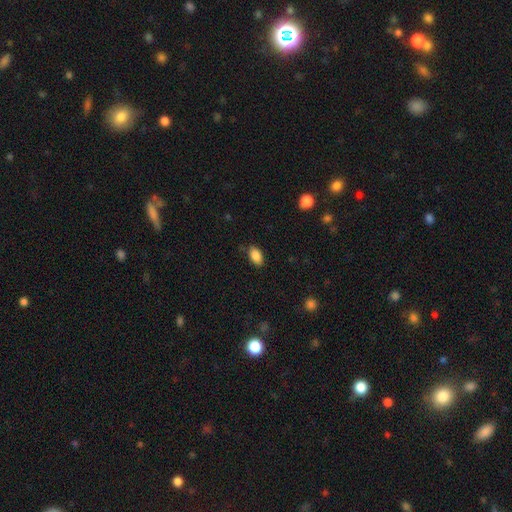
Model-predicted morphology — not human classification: Smooth or featured? smooth (87%)
How rounded? in between (92%)
Merging? none (83%)